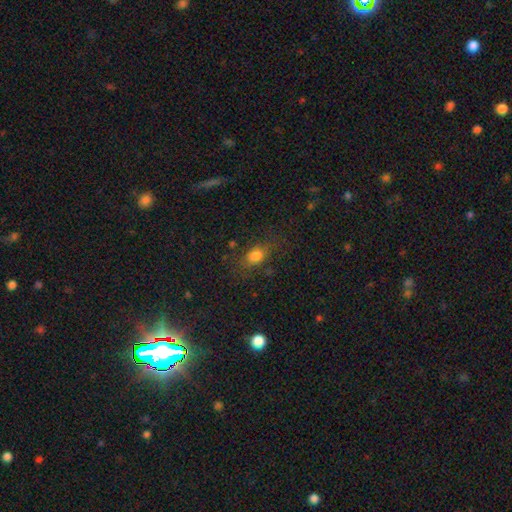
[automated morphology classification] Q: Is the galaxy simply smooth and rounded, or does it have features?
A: smooth — 75%.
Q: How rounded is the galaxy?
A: in between — 70%.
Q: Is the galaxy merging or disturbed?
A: none — 70%.